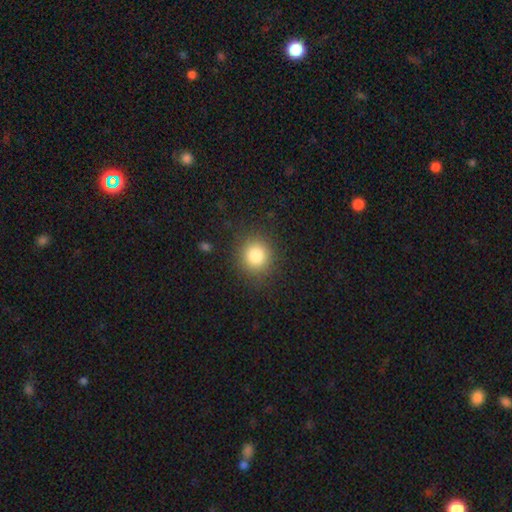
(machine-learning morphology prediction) A smooth galaxy with no disk features (82%) that is round (89%).

Vote fractions:
- Smooth or featured? smooth: 82% / star or artifact: 11% / featured or disk: 7%
- How rounded? round: 89% / in between: 11% / cigar-shaped: 1%
- Merging? none: 87% / minor disturbance: 8% / major disturbance: 3% / merger: 1%